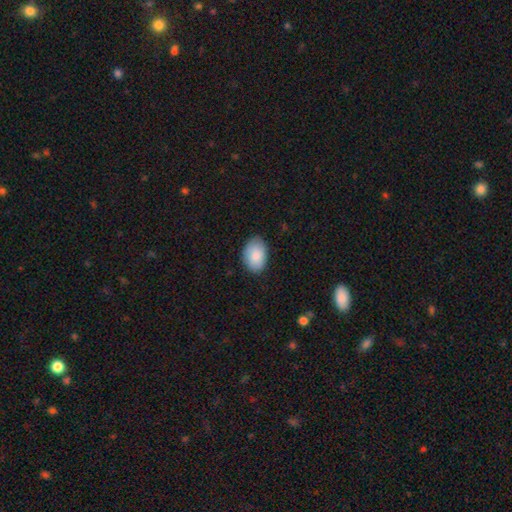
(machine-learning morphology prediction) Smooth or featured: smooth — 88% (star or artifact — 6%)
How rounded: in between — 87% (round — 12%)
Merging: none — 82% (minor disturbance — 14%)